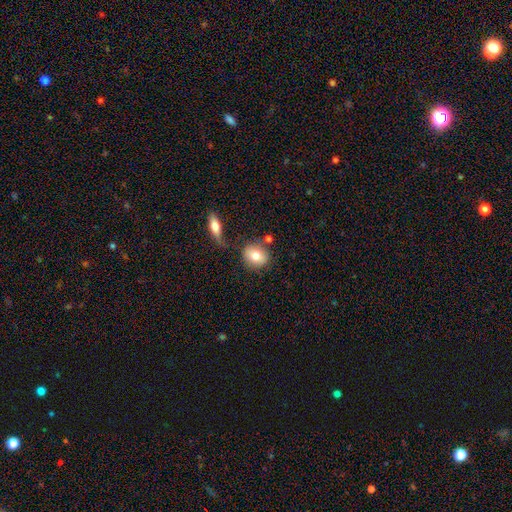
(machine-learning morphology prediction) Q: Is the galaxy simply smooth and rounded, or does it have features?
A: smooth — 78%.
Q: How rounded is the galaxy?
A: round — 68%.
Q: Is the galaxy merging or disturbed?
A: none — 70%.